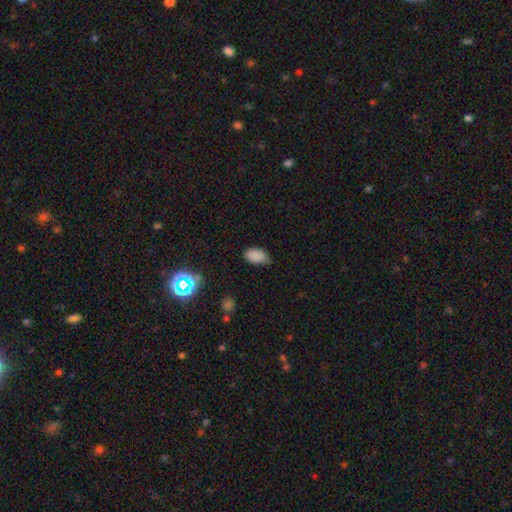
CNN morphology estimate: Smooth or featured: smooth — 83% (star or artifact — 12%)
How rounded: in between — 93% (round — 6%)
Merging: none — 75% (minor disturbance — 20%)